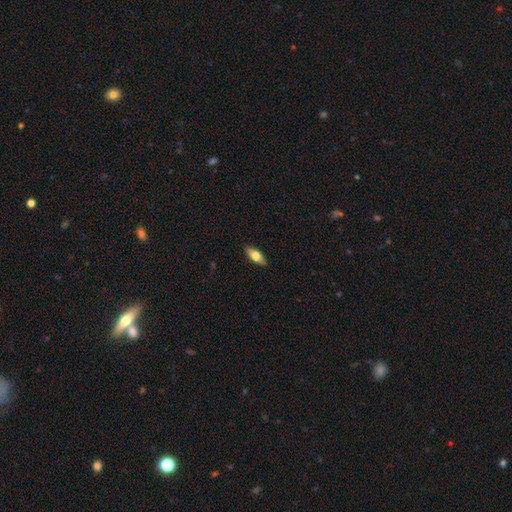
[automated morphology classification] smooth 63%, featured or disk 31%, star or artifact 6%. Down the decision tree: how rounded — in between (73%); merging — none (89%).